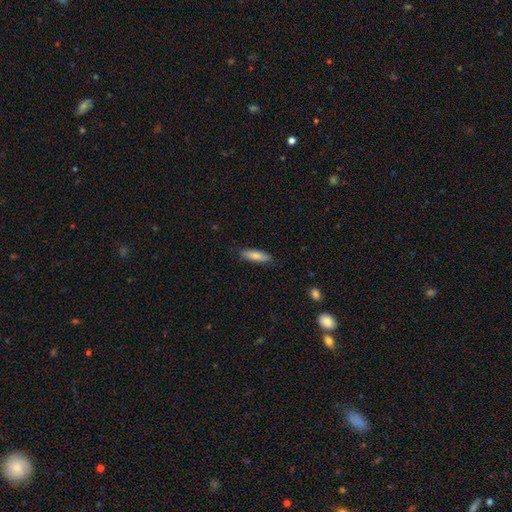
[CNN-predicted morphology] Smooth or featured?
  - smooth: 78% *
  - featured or disk: 16%
  - star or artifact: 6%
How rounded?
  - cigar-shaped: 61% *
  - in between: 37%
  - round: 2%
Merging?
  - none: 85% *
  - minor disturbance: 11%
  - major disturbance: 2%
  - merger: 1%